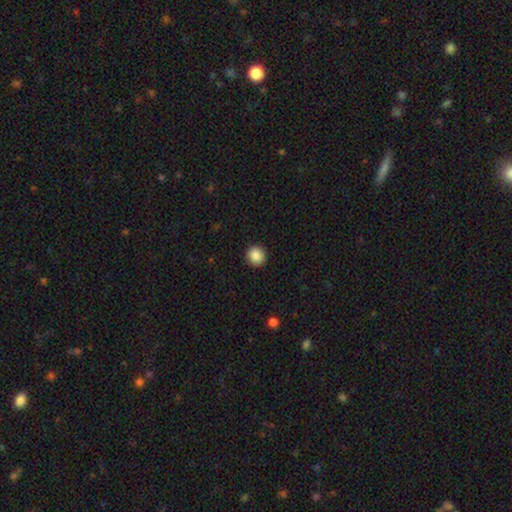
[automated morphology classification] Smooth or featured?
  - smooth: 87% *
  - star or artifact: 9%
  - featured or disk: 4%
How rounded?
  - round: 92% *
  - in between: 7%
  - cigar-shaped: 1%
Merging?
  - none: 92% *
  - minor disturbance: 5%
  - major disturbance: 2%
  - merger: 1%